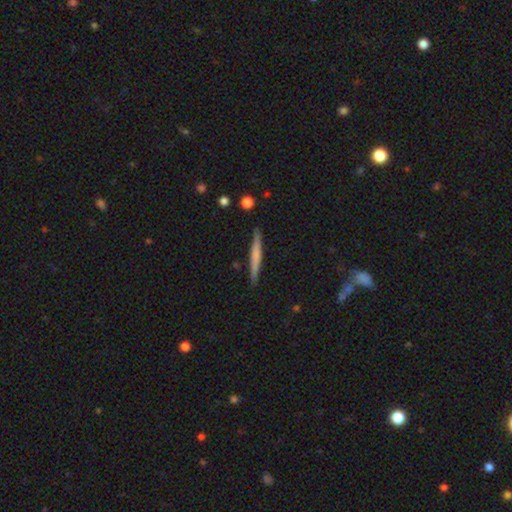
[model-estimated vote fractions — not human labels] Overall: smooth (55%; featured or disk 40%). How rounded: cigar-shaped (96%). Merging: none (90%).